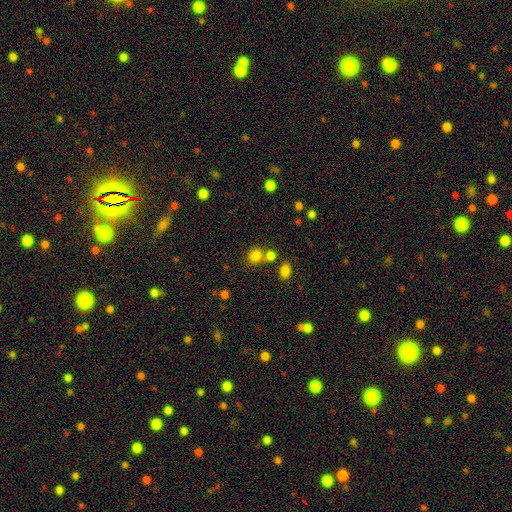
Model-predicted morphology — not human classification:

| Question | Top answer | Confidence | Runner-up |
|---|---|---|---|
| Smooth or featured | smooth | 80% | star or artifact (13%) |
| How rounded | round | 78% | in between (21%) |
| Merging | none | 59% | merger (28%) |